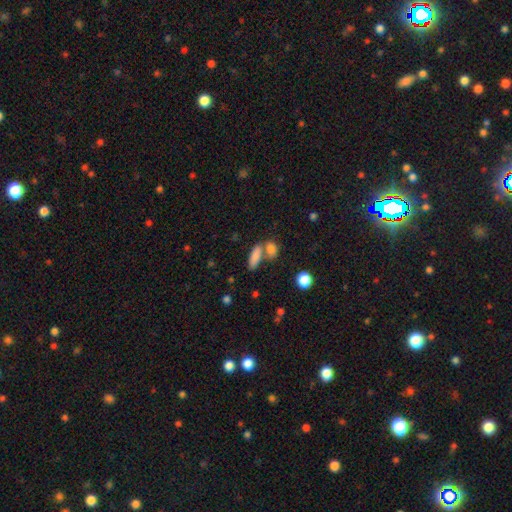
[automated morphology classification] This is clearly a smooth galaxy (82%). How rounded: likely in between (64%). Merging: possibly none (50%).